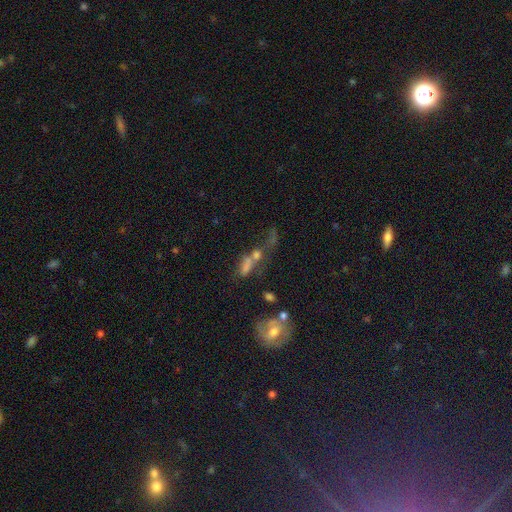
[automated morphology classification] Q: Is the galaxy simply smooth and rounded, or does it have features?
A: smooth — 35%.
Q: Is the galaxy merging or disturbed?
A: merger — 37%.